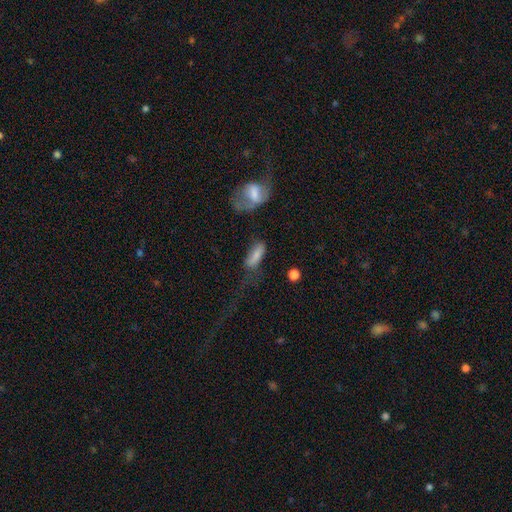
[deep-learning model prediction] This is likely a smooth galaxy (75%). How rounded: likely in between (65%). Merging: marginally none (40%).